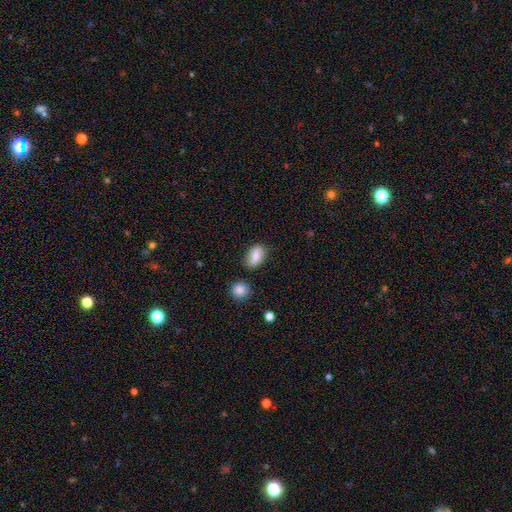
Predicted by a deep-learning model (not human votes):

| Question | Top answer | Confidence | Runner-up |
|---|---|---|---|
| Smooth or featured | smooth | 74% | featured or disk (18%) |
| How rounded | in between | 83% | round (14%) |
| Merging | none | 76% | minor disturbance (16%) |